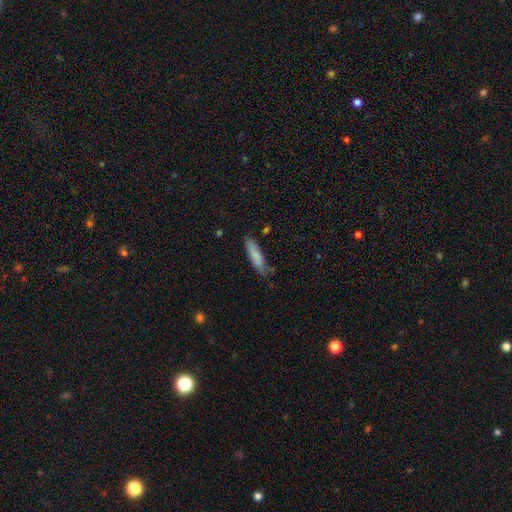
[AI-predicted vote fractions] smooth-or-featured: smooth: 82% | featured or disk: 12% | star or artifact: 6%
  how-rounded: cigar-shaped: 73% | in between: 26% | round: 1%
  merging: none: 74% | minor disturbance: 20% | major disturbance: 3% | merger: 2%